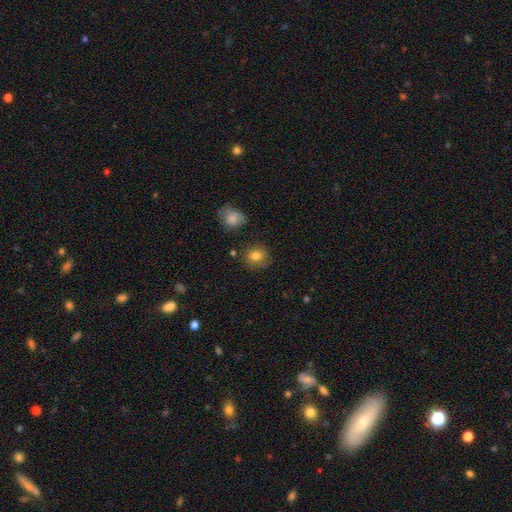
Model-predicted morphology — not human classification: A smooth galaxy with no disk features (81%) that is round (75%).

Vote fractions:
- Smooth or featured? smooth: 81% / star or artifact: 10% / featured or disk: 9%
- How rounded? round: 75% / in between: 24% / cigar-shaped: 1%
- Merging? none: 74% / minor disturbance: 17% / major disturbance: 5% / merger: 3%